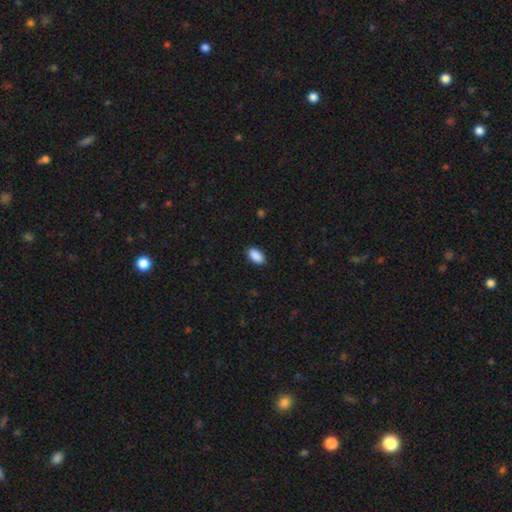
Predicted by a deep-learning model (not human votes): Q: Smooth or featured?
A: smooth (90%); runner-up: star or artifact (7%)
Q: How rounded?
A: in between (94%); runner-up: round (5%)
Q: Merging?
A: none (89%); runner-up: minor disturbance (9%)